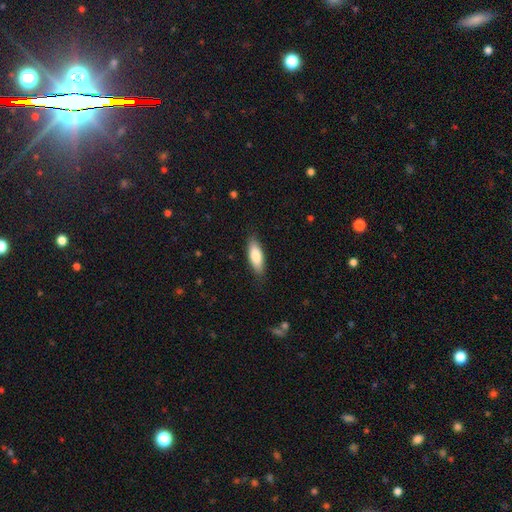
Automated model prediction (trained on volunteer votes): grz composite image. It shows a smooth galaxy with no disk features (80%) that is in between round and cigar-shaped (64%). Merging: none (84%).